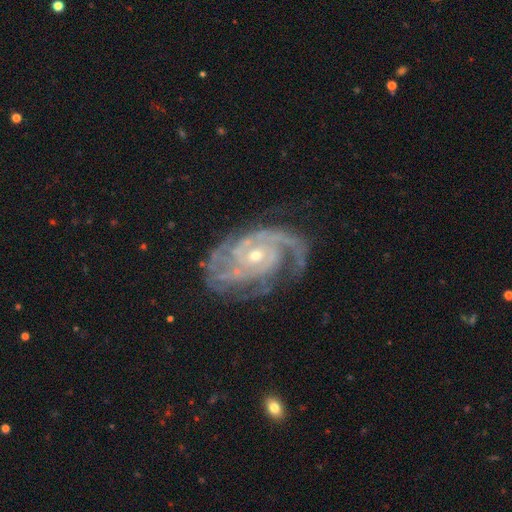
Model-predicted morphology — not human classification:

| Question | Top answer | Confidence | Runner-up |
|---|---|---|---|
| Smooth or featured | featured or disk | 91% | star or artifact (5%) |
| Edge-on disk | no | 97% | yes (3%) |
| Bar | no | 71% | weak (23%) |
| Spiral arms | yes | 97% | no (3%) |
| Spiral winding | tight | 62% | medium (32%) |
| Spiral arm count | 2 | 36% | 3 (23%) |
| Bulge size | small | 62% | moderate (35%) |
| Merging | none | 64% | minor disturbance (21%) |